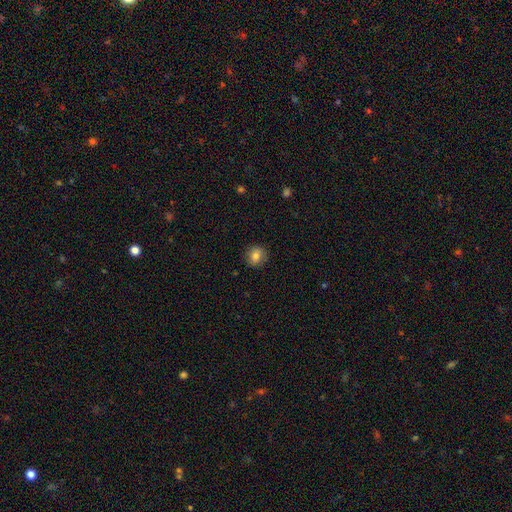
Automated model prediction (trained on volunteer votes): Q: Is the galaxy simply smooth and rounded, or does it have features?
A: smooth — 80%.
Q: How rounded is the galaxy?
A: round — 79%.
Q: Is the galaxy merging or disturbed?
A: none — 86%.